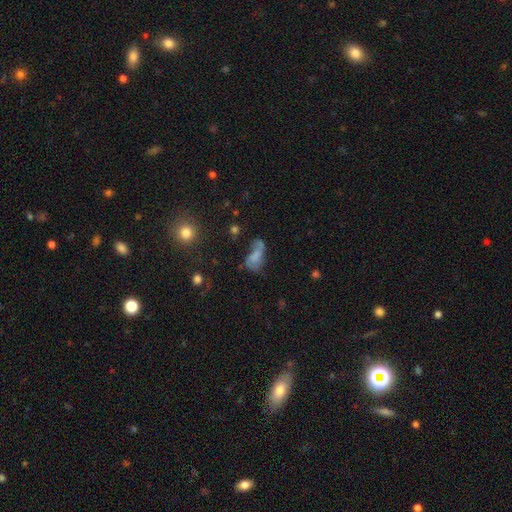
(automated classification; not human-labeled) This is possibly a smooth galaxy (51%). How rounded: clearly in between (84%). Merging: marginally major disturbance (33%).